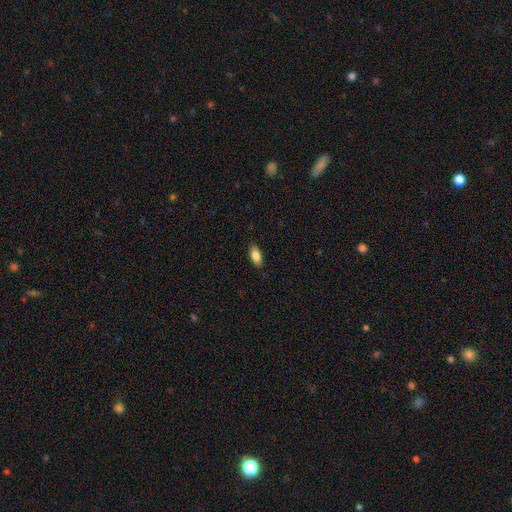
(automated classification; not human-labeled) Smooth or featured? Predicted: smooth (p=0.83). How rounded? Predicted: in between (p=0.85). Merging? Predicted: none (p=0.86).